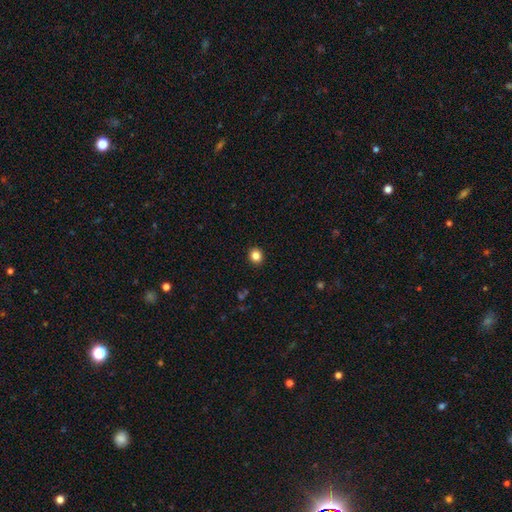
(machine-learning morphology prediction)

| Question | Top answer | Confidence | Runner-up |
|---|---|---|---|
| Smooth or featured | smooth | 84% | star or artifact (11%) |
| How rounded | round | 80% | in between (20%) |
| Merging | none | 92% | minor disturbance (5%) |